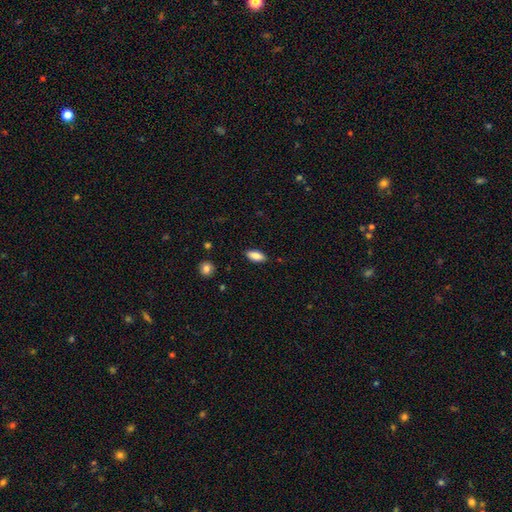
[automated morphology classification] smooth 85%, featured or disk 8%, star or artifact 7%. Down the decision tree: how rounded — in between (86%); merging — none (87%).